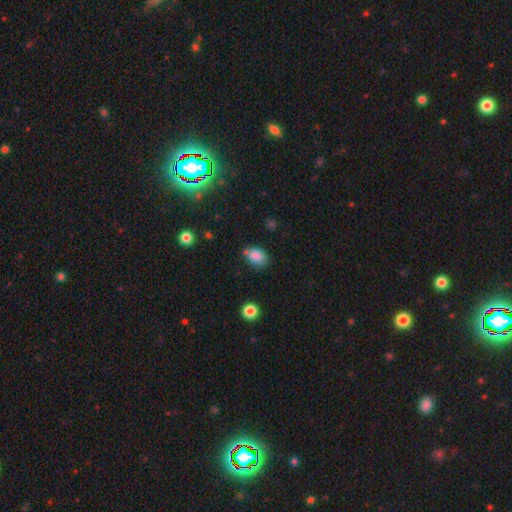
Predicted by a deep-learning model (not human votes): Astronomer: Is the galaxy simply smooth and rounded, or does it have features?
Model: smooth — 85%.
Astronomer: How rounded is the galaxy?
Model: in between — 74%.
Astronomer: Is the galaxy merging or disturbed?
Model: none — 63%.